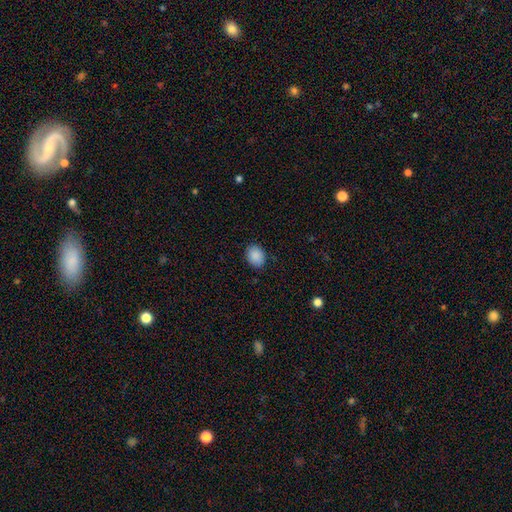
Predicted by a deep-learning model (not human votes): Overall: smooth (89%). How rounded: round (54%; in between 45%). Merging: none (85%).